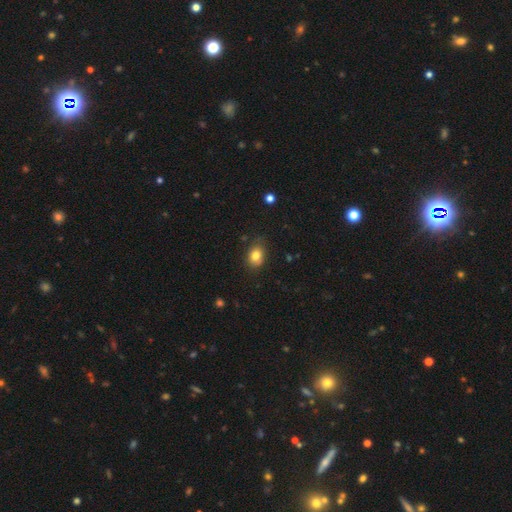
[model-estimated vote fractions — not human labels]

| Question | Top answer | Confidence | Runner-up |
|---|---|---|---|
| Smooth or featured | smooth | 81% | star or artifact (10%) |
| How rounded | in between | 66% | round (33%) |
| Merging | none | 73% | minor disturbance (21%) |